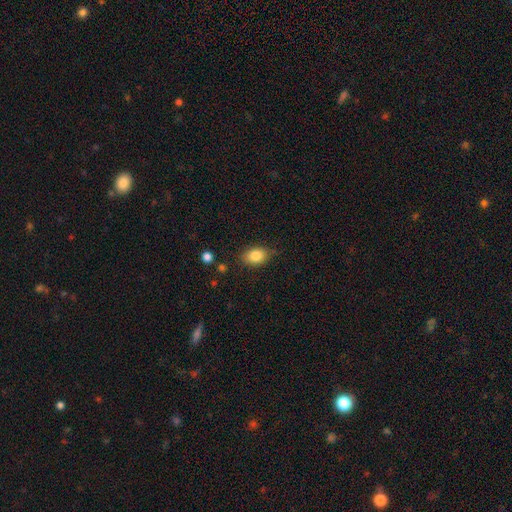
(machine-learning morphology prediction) This appears to be a smooth galaxy with no disk features (84%) that is in between round and cigar-shaped (74%). Merging: none (80%).